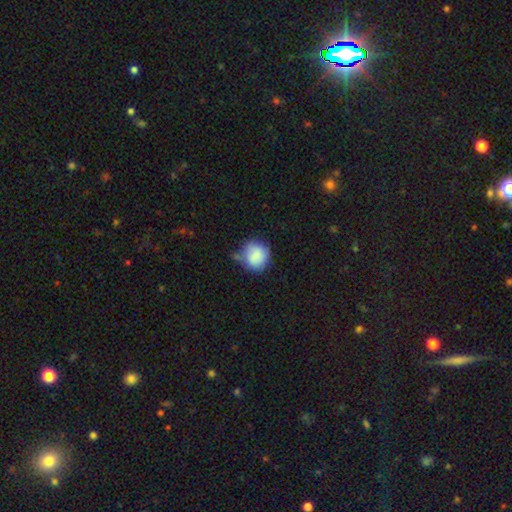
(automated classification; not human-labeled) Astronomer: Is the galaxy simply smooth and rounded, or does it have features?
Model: smooth — 83%.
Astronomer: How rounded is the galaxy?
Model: round — 83%.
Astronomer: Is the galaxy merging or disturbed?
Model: none — 51% (runner-up: minor disturbance, 30%).